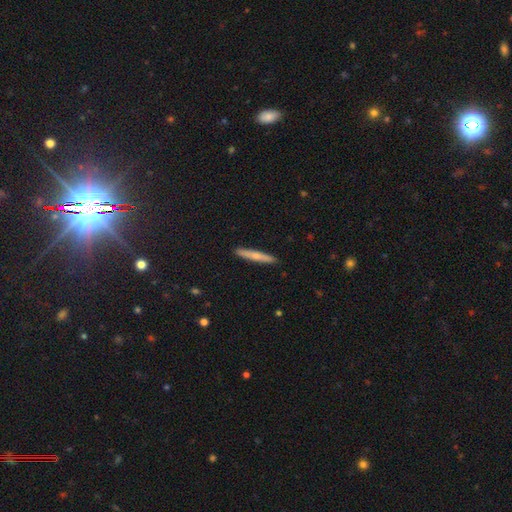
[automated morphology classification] smooth-or-featured: smooth: 61% | featured or disk: 33% | star or artifact: 6%
  how-rounded: cigar-shaped: 94% | in between: 4% | round: 1%
  merging: none: 91% | minor disturbance: 7% | major disturbance: 1% | merger: 1%